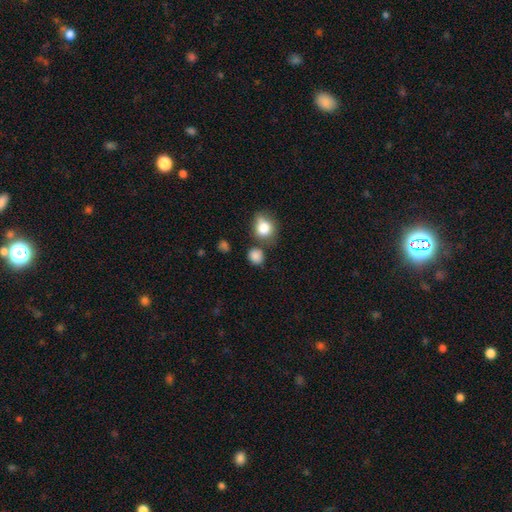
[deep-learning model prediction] Smooth or featured? smooth (83%)
How rounded? round (77%)
Merging? none (69%)